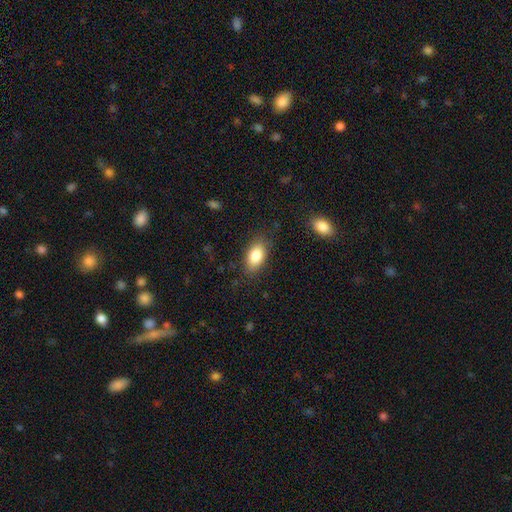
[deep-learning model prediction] Morphology: type=smooth (84%); roundness=in between (90%); merging=none (82%).